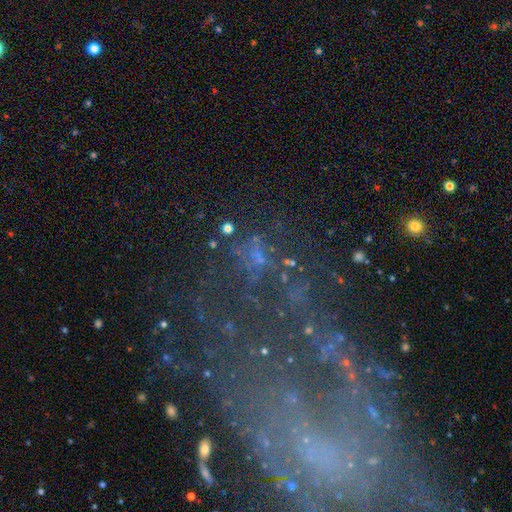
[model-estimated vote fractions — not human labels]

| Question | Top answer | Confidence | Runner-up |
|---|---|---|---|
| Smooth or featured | star or artifact | 49% | featured or disk (27%) |